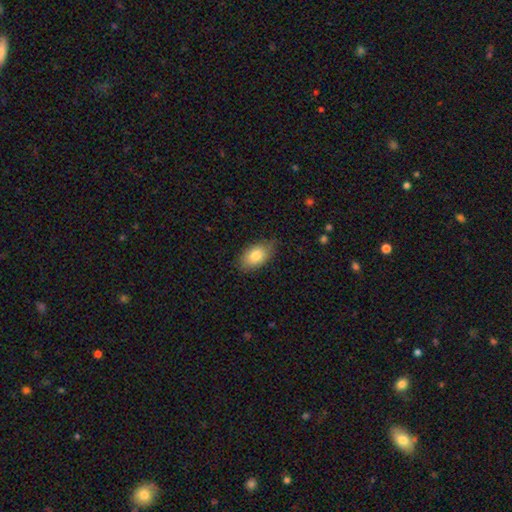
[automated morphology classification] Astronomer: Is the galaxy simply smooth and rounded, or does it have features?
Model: smooth — 81%.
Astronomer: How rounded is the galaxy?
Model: in between — 92%.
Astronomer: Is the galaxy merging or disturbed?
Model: none — 74%.